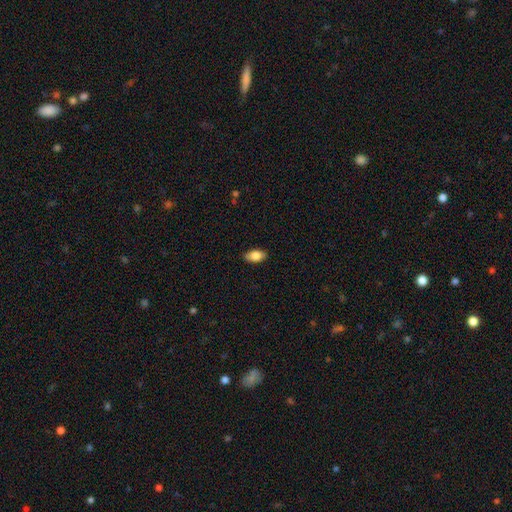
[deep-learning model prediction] This is clearly a smooth galaxy (83%). How rounded: clearly in between (91%). Merging: clearly none (87%).